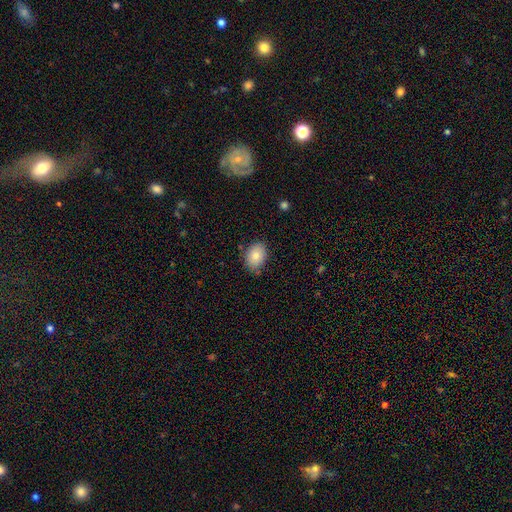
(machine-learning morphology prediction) A smooth galaxy with no disk features (82%) that is in between round and cigar-shaped (73%). Merging: none (78%).